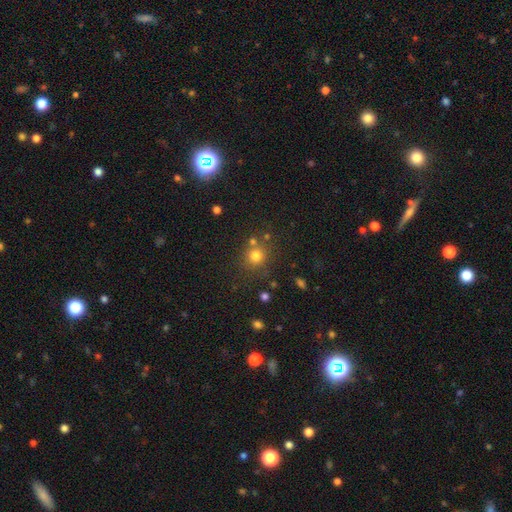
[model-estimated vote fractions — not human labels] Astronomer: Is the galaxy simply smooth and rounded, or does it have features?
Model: smooth — 77%.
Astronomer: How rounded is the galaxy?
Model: round — 89%.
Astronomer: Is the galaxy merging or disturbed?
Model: none — 73%.